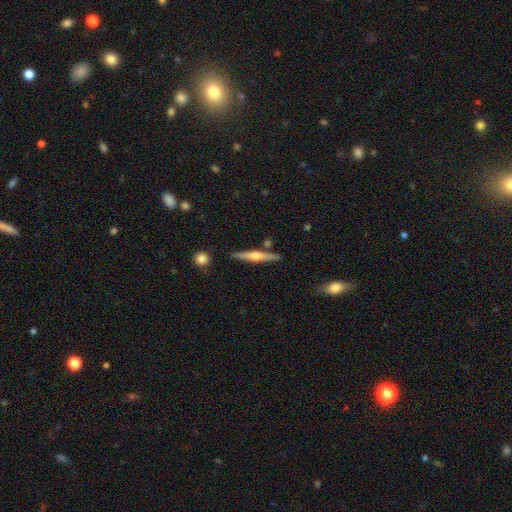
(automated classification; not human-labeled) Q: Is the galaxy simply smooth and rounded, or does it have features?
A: featured or disk — 65%.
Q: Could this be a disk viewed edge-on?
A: yes — 97%.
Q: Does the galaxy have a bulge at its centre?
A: rounded — 90%.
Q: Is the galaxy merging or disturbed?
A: none — 85%.